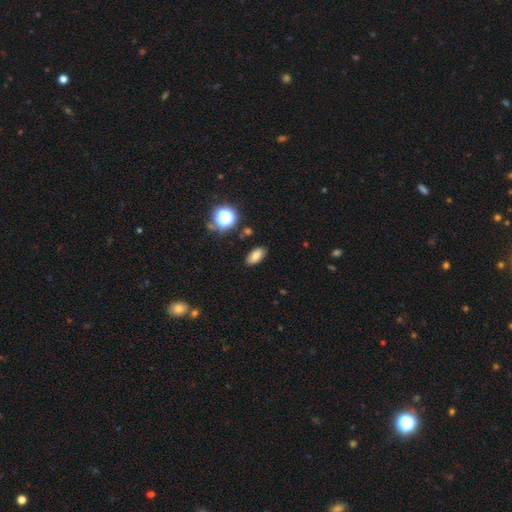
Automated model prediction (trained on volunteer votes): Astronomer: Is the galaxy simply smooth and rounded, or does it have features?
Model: smooth — 75%.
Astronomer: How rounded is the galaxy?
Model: in between — 88%.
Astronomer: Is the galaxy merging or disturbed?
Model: none — 87%.